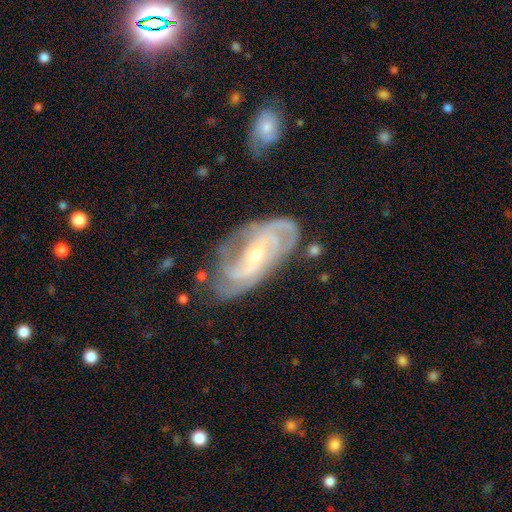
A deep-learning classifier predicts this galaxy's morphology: A featured or disk galaxy (87%) with no bar (41%), 2 (33%) tight (52%) spiral arms (97%) and a small central bulge (58%).

Vote fractions:
- Smooth or featured? featured or disk: 87% / smooth: 7% / star or artifact: 6%
- Edge-on disk? no: 95% / yes: 5%
- Bar? no: 41% / weak: 38% / strong: 21%
- Spiral arms? yes: 97% / no: 3%
- Spiral winding? tight: 52% / medium: 37% / loose: 11%
- Spiral arm count? 2: 33% / 3: 27% / can't tell: 20% / 4: 11% / more than 4: 4% / 1: 4%
- Bulge size? small: 58% / moderate: 39% / large: 1% / none: 1% / dominant: 1%
- Merging? none: 68% / minor disturbance: 21% / major disturbance: 8% / merger: 3%